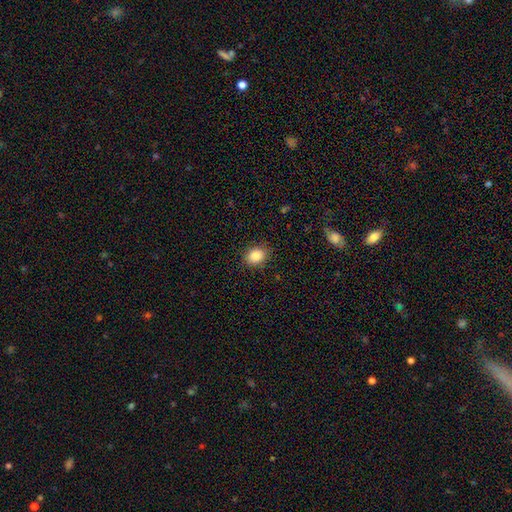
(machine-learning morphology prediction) Smooth or featured? smooth (87%)
How rounded? in between (53%)
Merging? none (86%)